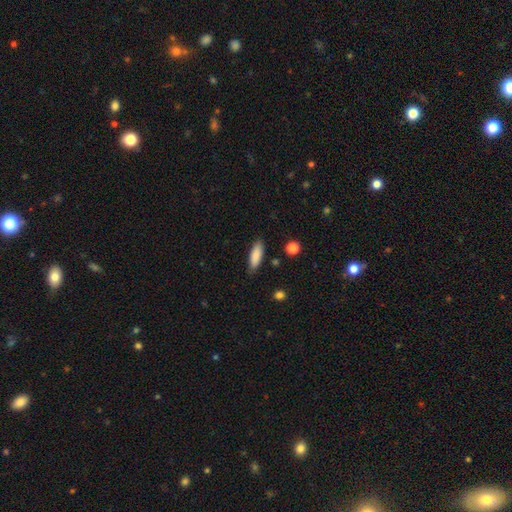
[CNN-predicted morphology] Smooth or featured: smooth — 86% (featured or disk — 8%)
How rounded: in between — 57% (cigar-shaped — 42%)
Merging: none — 84% (minor disturbance — 12%)